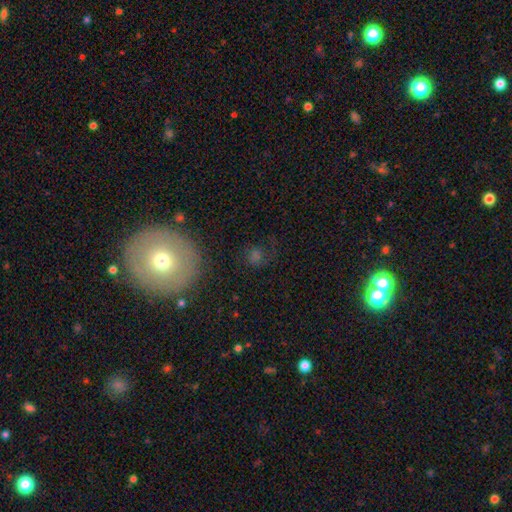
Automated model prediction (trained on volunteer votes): A smooth galaxy with no disk features (51%) that is round (77%). Merging: none (70%).